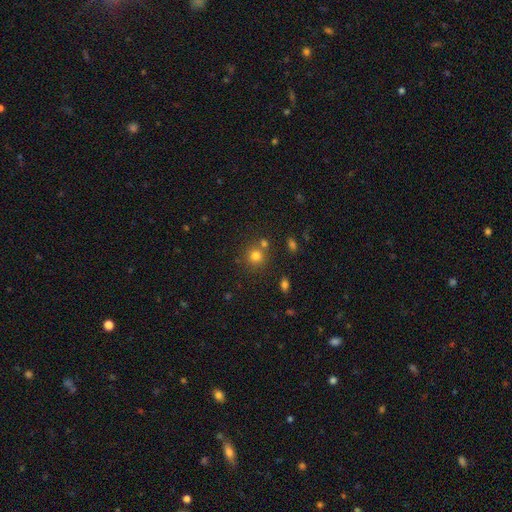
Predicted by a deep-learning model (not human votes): Smooth or featured? smooth (77%)
How rounded? round (89%)
Merging? none (70%)